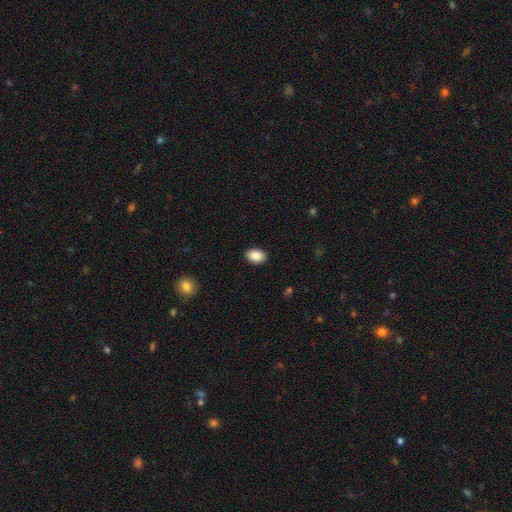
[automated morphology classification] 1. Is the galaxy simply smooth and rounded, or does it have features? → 90% smooth, 7% star or artifact, 3% featured or disk.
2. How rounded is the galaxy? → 87% in between, 12% round, 1% cigar-shaped.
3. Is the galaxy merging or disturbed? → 90% none, 8% minor disturbance, 2% major disturbance, 1% merger.